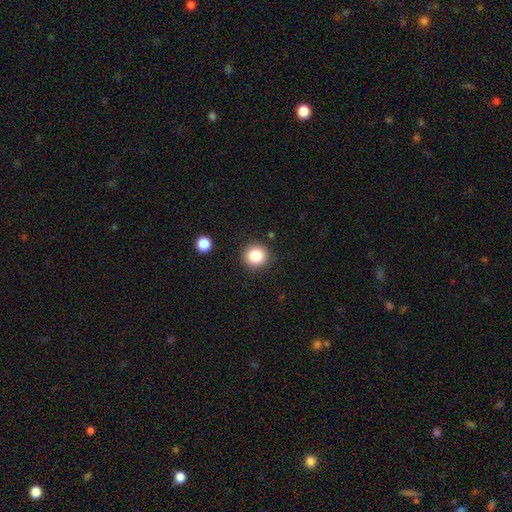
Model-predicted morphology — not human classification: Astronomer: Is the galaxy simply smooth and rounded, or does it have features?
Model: smooth — 84%.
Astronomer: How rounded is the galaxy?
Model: round — 92%.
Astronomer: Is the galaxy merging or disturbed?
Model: none — 89%.